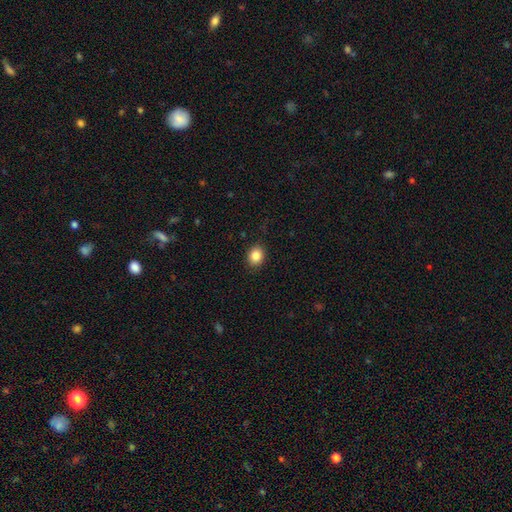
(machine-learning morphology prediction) Overall: smooth (86%). How rounded: round (59%; in between 40%). Merging: none (89%).